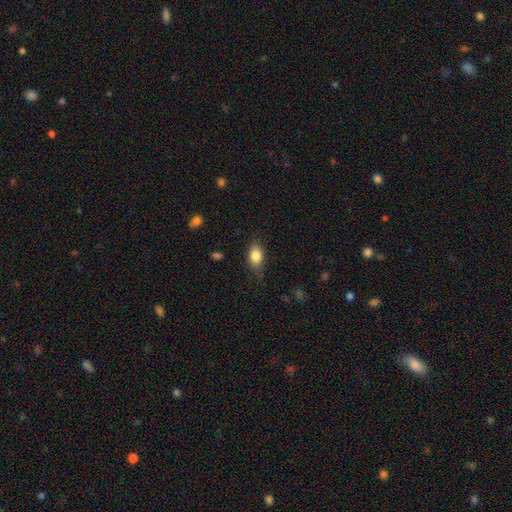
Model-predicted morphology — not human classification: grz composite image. It shows a smooth galaxy with no disk features (84%) that is in between round and cigar-shaped (83%). Merging: none (75%).